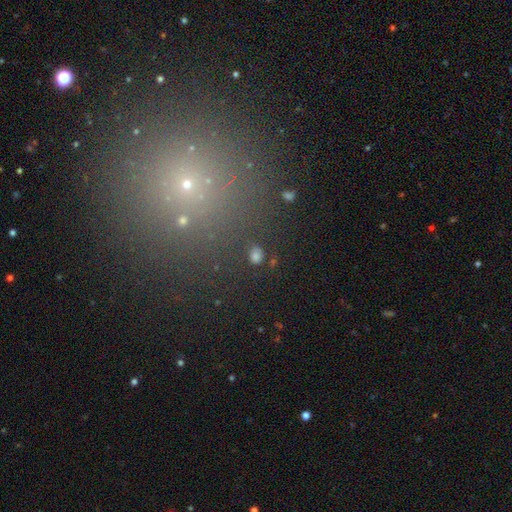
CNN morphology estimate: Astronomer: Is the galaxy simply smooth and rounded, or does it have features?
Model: smooth — 55% (runner-up: star or artifact, 33%).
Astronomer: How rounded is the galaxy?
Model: round — 50% (runner-up: in between, 47%).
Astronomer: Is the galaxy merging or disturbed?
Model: none — 84%.